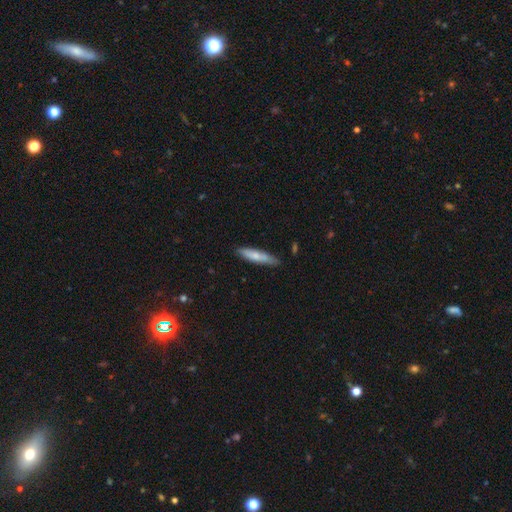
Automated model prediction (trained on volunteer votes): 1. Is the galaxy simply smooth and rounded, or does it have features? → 71% smooth, 23% featured or disk, 5% star or artifact.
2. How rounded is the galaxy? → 80% cigar-shaped, 19% in between, 1% round.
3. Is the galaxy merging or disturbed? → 79% none, 17% minor disturbance, 2% major disturbance, 2% merger.